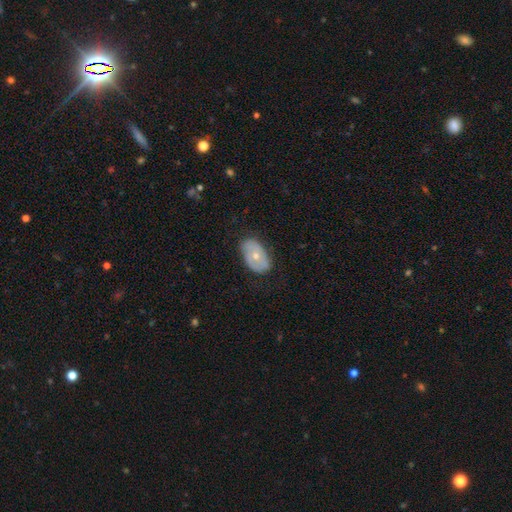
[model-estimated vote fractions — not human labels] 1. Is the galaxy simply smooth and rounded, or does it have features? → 48% smooth, 45% featured or disk, 7% star or artifact.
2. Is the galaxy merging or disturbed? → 71% none, 22% minor disturbance, 6% major disturbance, 1% merger.